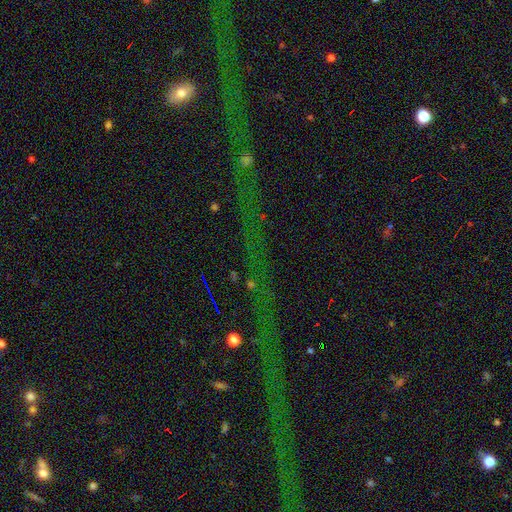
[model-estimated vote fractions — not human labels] smooth_or_featured: star or artifact (p=0.79) [alt: featured or disk p=0.12]